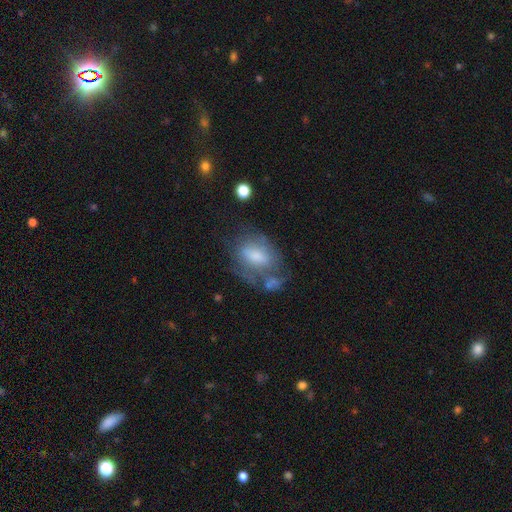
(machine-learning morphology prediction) Q: Smooth or featured?
A: smooth (46%); runner-up: featured or disk (44%)
Q: Merging?
A: none (39%); runner-up: minor disturbance (25%)